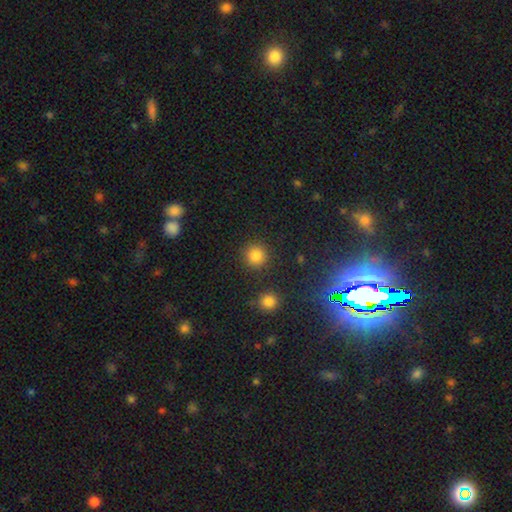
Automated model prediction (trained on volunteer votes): Overall: smooth (83%). How rounded: round (93%). Merging: none (88%).